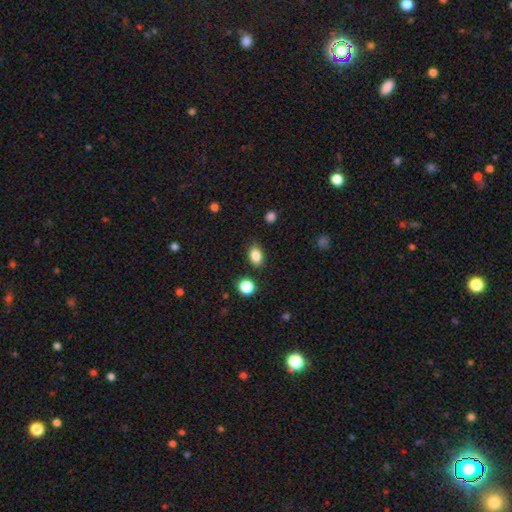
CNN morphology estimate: Smooth or featured?
  - smooth: 85% *
  - star or artifact: 9%
  - featured or disk: 6%
How rounded?
  - in between: 80% *
  - round: 18%
  - cigar-shaped: 2%
Merging?
  - none: 84% *
  - minor disturbance: 11%
  - major disturbance: 3%
  - merger: 3%